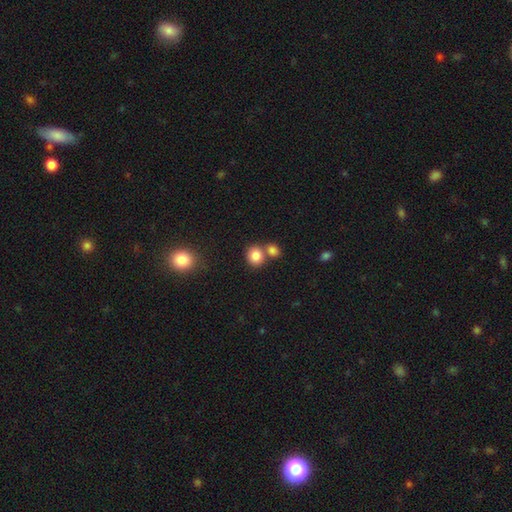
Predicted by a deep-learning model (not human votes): This is clearly a smooth galaxy (83%). How rounded: likely round (75%). Merging: possibly none (56%).